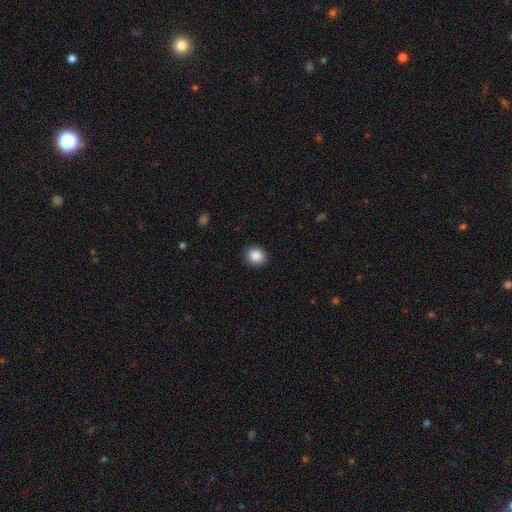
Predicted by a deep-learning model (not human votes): This is clearly a smooth galaxy (88%). How rounded: likely round (69%). Merging: clearly none (91%).